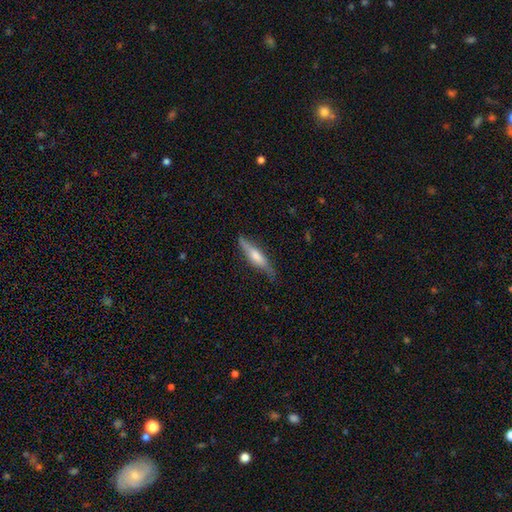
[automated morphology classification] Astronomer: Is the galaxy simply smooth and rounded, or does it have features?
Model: featured or disk — 59% (runner-up: smooth, 34%).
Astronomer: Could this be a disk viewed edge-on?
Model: yes — 90%.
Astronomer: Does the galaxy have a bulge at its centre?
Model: rounded — 73%.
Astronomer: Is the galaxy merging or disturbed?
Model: none — 77%.